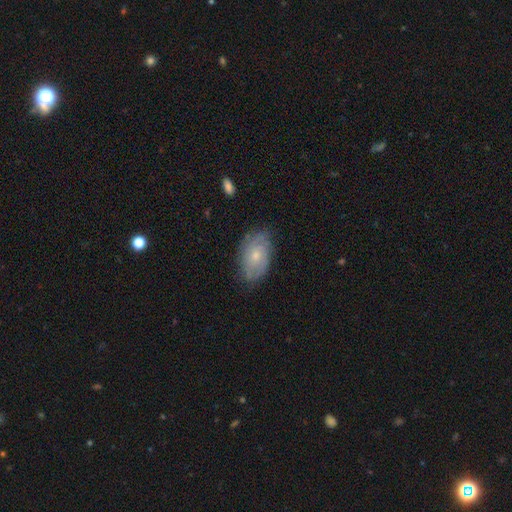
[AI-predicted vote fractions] smooth-or-featured: featured or disk: 53% | smooth: 40% | star or artifact: 7%
  disk-edge-on: no: 94% | yes: 6%
  merging: none: 70% | minor disturbance: 23% | major disturbance: 6% | merger: 1%